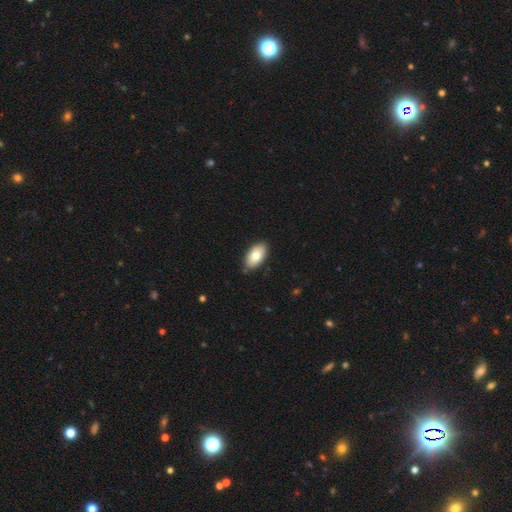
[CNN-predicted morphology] This is likely a smooth galaxy (78%). How rounded: clearly in between (94%). Merging: clearly none (85%).